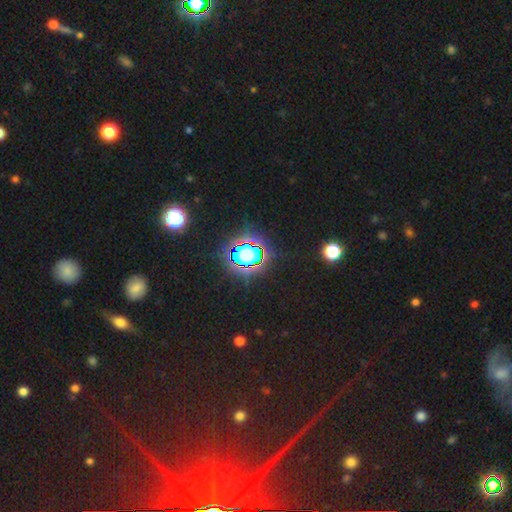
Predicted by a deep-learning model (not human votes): Overall: star or artifact (73%).